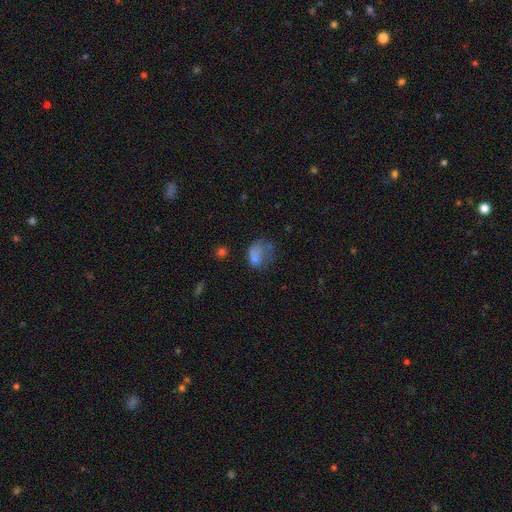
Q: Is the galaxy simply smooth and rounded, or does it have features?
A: smooth — 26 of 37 (70%).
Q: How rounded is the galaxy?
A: in between — 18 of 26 (69%).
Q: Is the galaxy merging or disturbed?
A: none — 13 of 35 (37%, tied with major disturbance).